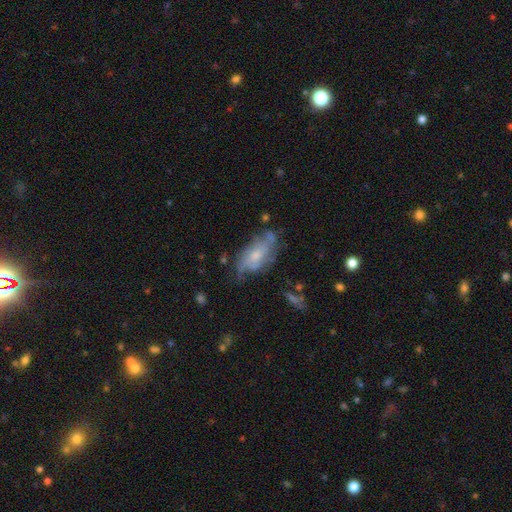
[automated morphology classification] Smooth or featured: featured or disk — 53% (smooth — 39%)
Edge-on disk: no — 88% (yes — 12%)
Merging: none — 48% (minor disturbance — 30%)